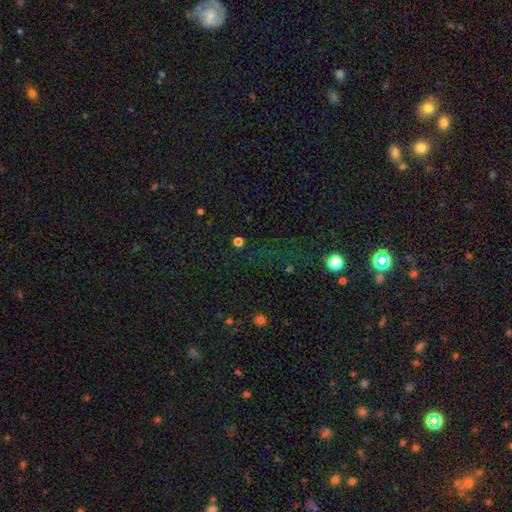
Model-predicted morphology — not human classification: This appears to be a star or artifact, not a galaxy (66%).